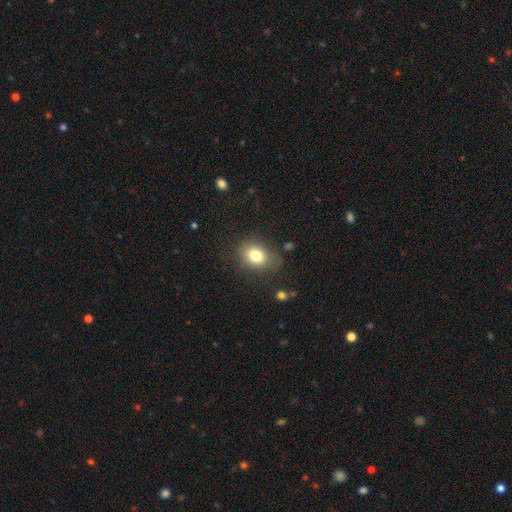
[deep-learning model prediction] This is likely a smooth galaxy (79%). How rounded: possibly in between (58%). Merging: likely none (77%).